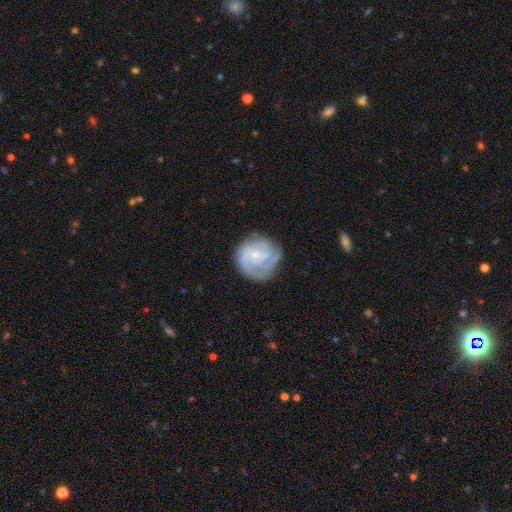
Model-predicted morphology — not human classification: Q: Smooth or featured?
A: featured or disk (74%); runner-up: smooth (20%)
Q: Edge-on disk?
A: no (98%); runner-up: yes (2%)
Q: Bar?
A: no (49%); runner-up: weak (42%)
Q: Spiral arms?
A: yes (90%); runner-up: no (10%)
Q: Spiral winding?
A: tight (52%); runner-up: medium (36%)
Q: Spiral arm count?
A: can't tell (30%); runner-up: 2 (27%)
Q: Bulge size?
A: small (72%); runner-up: moderate (21%)
Q: Merging?
A: none (69%); runner-up: minor disturbance (20%)